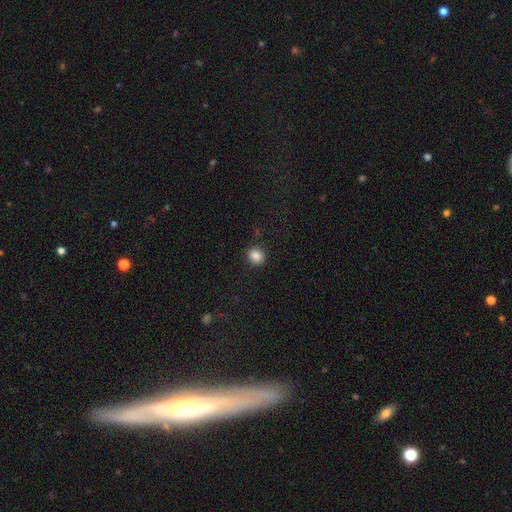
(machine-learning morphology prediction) smooth-or-featured: smooth: 86% | star or artifact: 10% | featured or disk: 4%
  how-rounded: round: 77% | in between: 22% | cigar-shaped: 1%
  merging: none: 89% | minor disturbance: 7% | major disturbance: 2% | merger: 1%